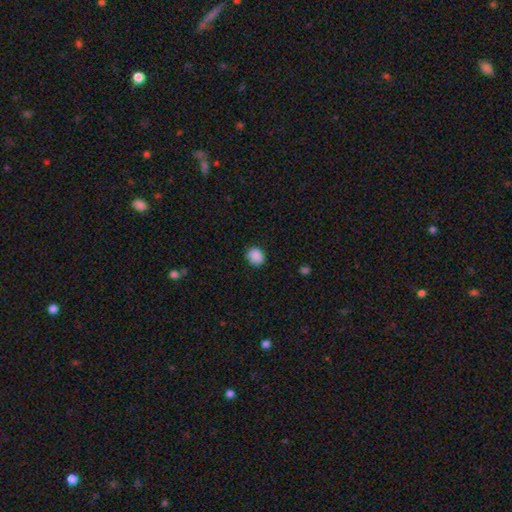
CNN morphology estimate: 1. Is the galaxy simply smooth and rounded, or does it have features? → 89% smooth, 9% star or artifact, 3% featured or disk.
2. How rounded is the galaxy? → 68% round, 31% in between, 1% cigar-shaped.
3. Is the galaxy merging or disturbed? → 86% none, 10% minor disturbance, 2% major disturbance, 1% merger.